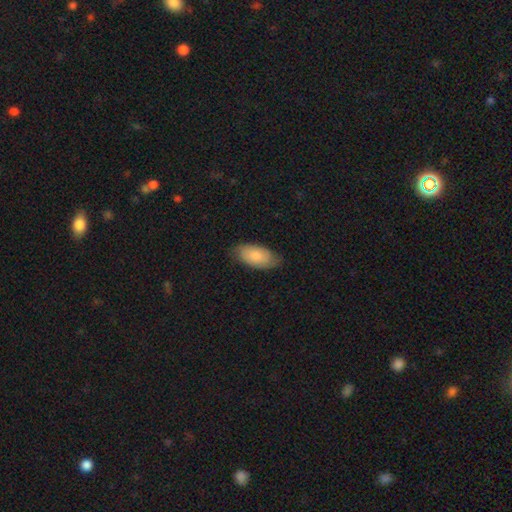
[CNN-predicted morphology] Smooth or featured: smooth — 75% (featured or disk — 19%)
How rounded: in between — 94% (cigar-shaped — 4%)
Merging: none — 76% (minor disturbance — 20%)